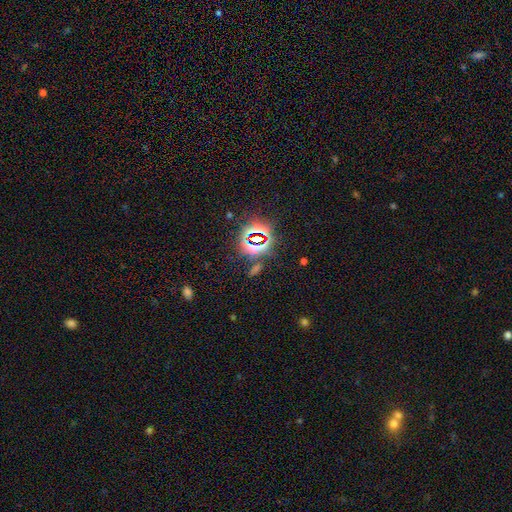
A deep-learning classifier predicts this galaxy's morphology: type=star or artifact (81%).